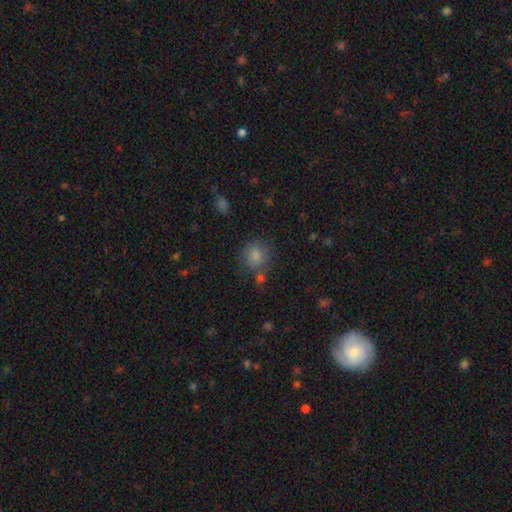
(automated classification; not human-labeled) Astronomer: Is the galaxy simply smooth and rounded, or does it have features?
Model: smooth — 82%.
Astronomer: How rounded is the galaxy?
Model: round — 78%.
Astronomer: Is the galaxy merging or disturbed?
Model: none — 65%.